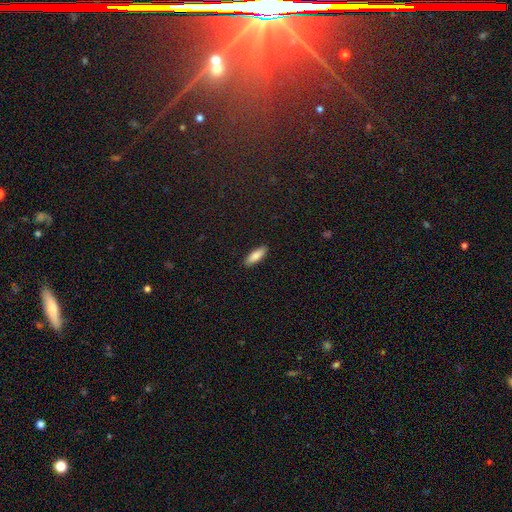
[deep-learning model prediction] Smooth or featured?
  - smooth: 83% *
  - featured or disk: 11%
  - star or artifact: 6%
How rounded?
  - in between: 62% *
  - cigar-shaped: 37%
  - round: 2%
Merging?
  - none: 90% *
  - minor disturbance: 8%
  - major disturbance: 2%
  - merger: 1%